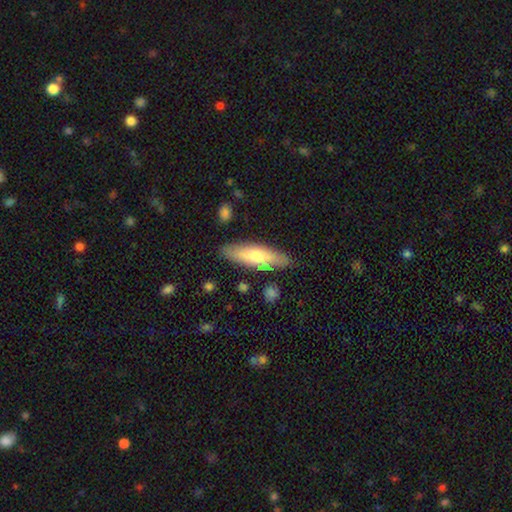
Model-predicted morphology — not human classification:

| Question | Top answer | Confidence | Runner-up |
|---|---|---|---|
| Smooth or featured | smooth | 64% | featured or disk (30%) |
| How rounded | cigar-shaped | 59% | in between (39%) |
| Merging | none | 83% | minor disturbance (12%) |